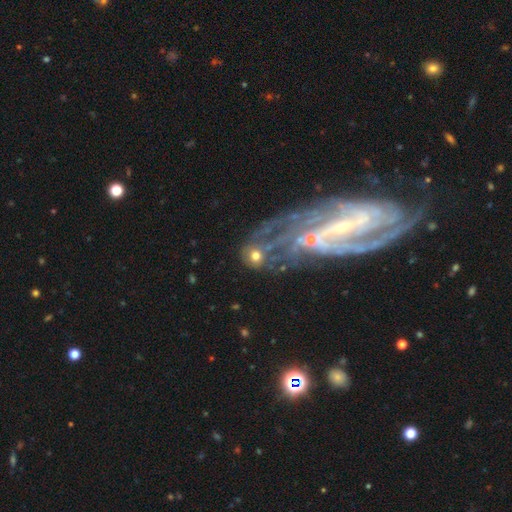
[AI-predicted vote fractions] smooth-or-featured: smooth: 51% | featured or disk: 34% | star or artifact: 15%
  how-rounded: round: 77% | in between: 21% | cigar-shaped: 1%
  merging: none: 43% | merger: 25% | major disturbance: 18% | minor disturbance: 14%